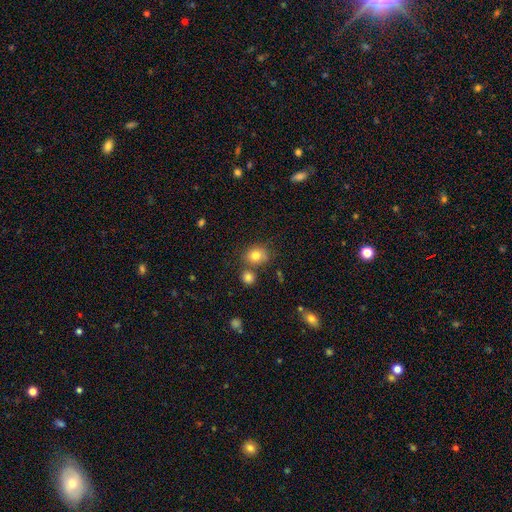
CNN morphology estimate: smooth 81%, star or artifact 11%, featured or disk 8%. Down the decision tree: how rounded — round (61%); merging — none (65%).